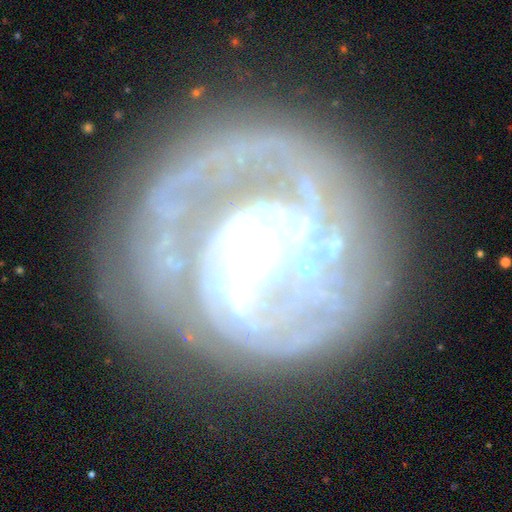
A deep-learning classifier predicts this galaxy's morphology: Smooth or featured: featured or disk — 84% (smooth — 8%)
Edge-on disk: no — 98% (yes — 2%)
Bar: strong — 39% (weak — 34%)
Spiral arms: yes — 87% (no — 13%)
Spiral winding: tight — 56% (medium — 31%)
Spiral arm count: 2 — 38% (can't tell — 25%)
Bulge size: moderate — 40% (small — 23%)
Merging: none — 63% (minor disturbance — 17%)